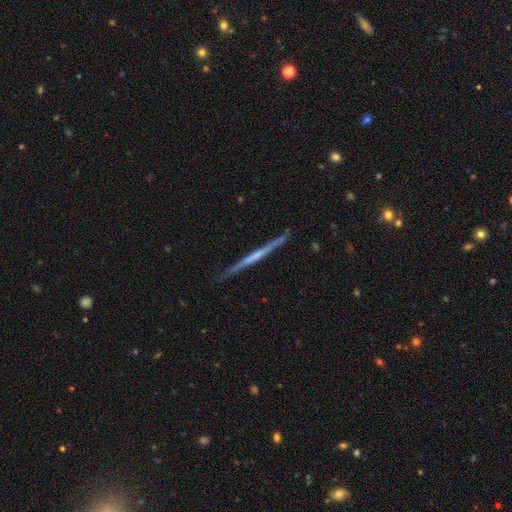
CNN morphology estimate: featured or disk 69%, smooth 25%, star or artifact 5%. Down the decision tree: edge-on disk — yes (98%); edge-on bulge — none (74%); merging — none (88%).